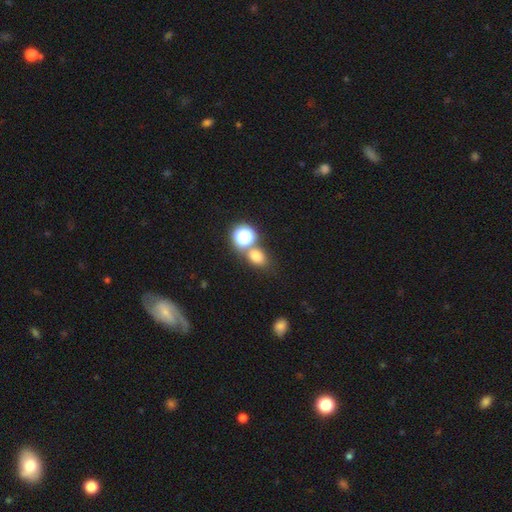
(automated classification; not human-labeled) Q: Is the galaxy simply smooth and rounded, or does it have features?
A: smooth — 71%.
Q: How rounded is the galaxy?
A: round — 52%.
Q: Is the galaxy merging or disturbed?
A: none — 62%.